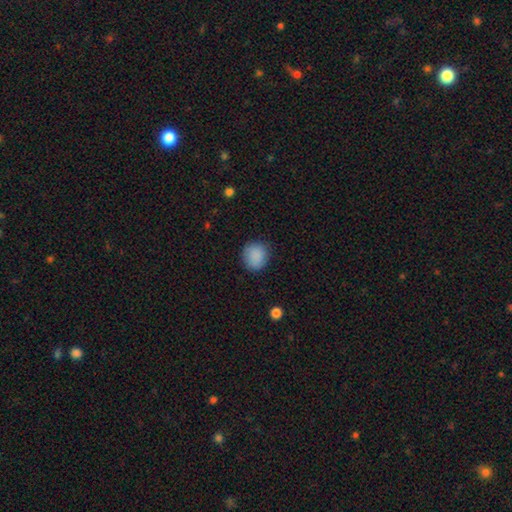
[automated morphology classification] A smooth galaxy with no disk features (88%) that is round (85%). Merging: none (86%).